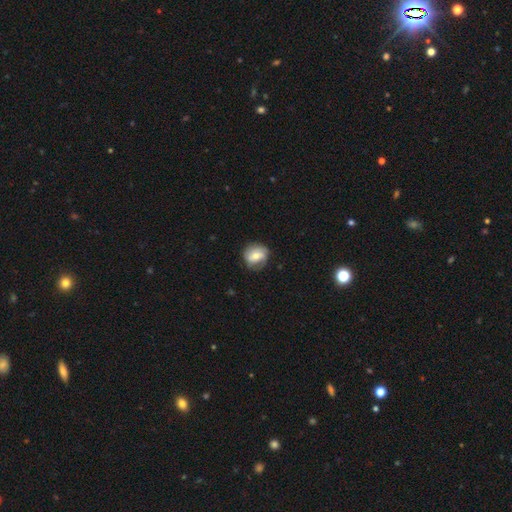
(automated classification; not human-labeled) Smooth or featured? smooth (55%)
How rounded? round (75%)
Merging? none (70%)